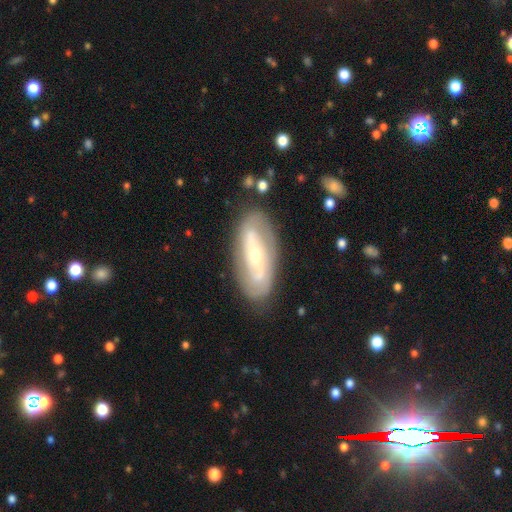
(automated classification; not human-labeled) Smooth or featured? Predicted: featured or disk (p=0.75). Edge-on disk? Predicted: no (p=0.88). Bar? Predicted: no (p=0.37). Spiral arms? Predicted: yes (p=0.69). Bulge size? Predicted: small (p=0.51). Merging? Predicted: none (p=0.82).